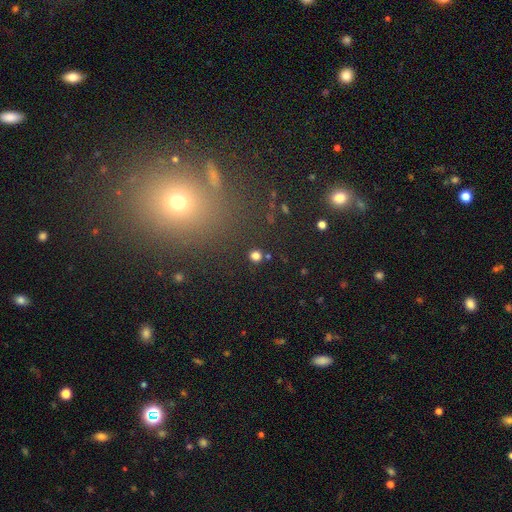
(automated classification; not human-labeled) The model was most divided on "smooth or featured": smooth: 78%, star or artifact: 17%, featured or disk: 5%. More confident: how rounded — round (89%); merging — none (88%).